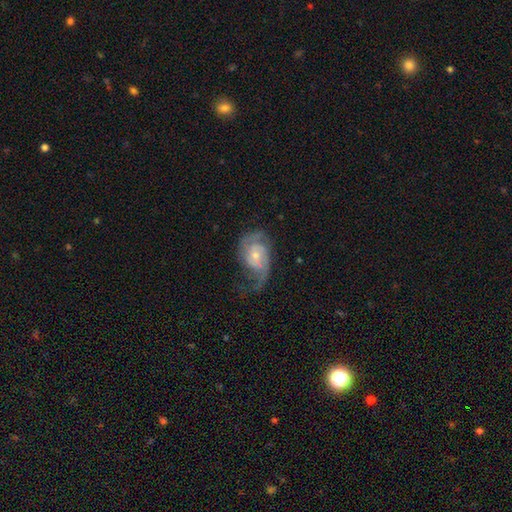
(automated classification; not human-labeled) The model was most divided on "bulge size": small: 56%, moderate: 38%, none: 3%, large: 3%, dominant: 1%. Remaining: edge-on disk — no (97%); spiral arms — yes (95%); smooth or featured — featured or disk (84%); spiral arm count — 2 (71%); bar — no (58%); merging — none (51%); spiral winding — medium (46%).